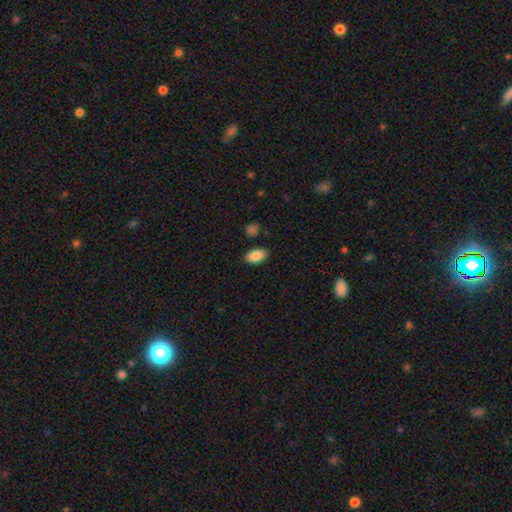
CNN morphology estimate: smooth 86%, star or artifact 7%, featured or disk 7%. Down the decision tree: how rounded — in between (93%); merging — none (86%).